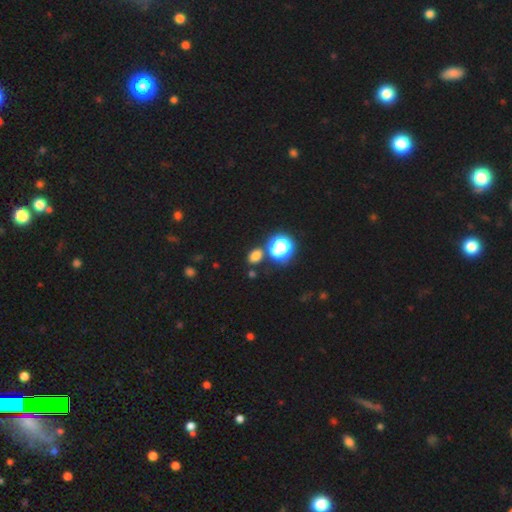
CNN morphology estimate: type=smooth (71%); roundness=in between (58%); merging=none (72%).